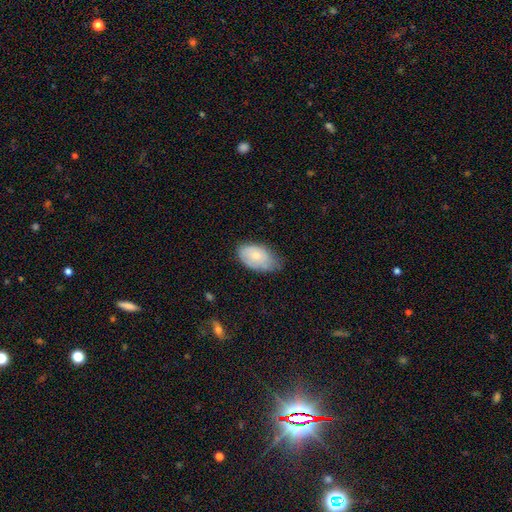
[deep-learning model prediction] Q: Smooth or featured?
A: smooth (70%); runner-up: featured or disk (24%)
Q: How rounded?
A: in between (93%); runner-up: round (5%)
Q: Merging?
A: none (52%); runner-up: minor disturbance (39%)